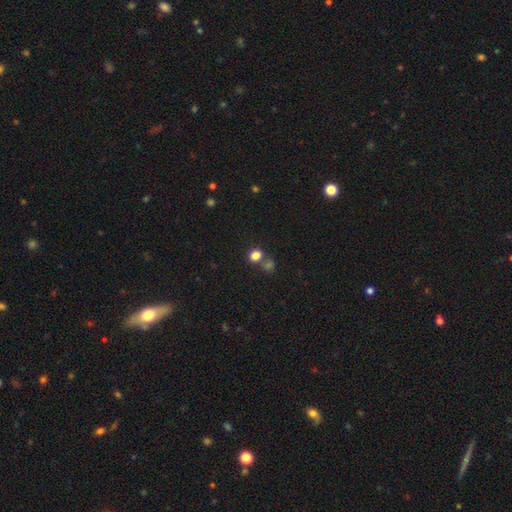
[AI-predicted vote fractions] smooth 80%, star or artifact 14%, featured or disk 6%. Down the decision tree: how rounded — round (70%); merging — none (59%).